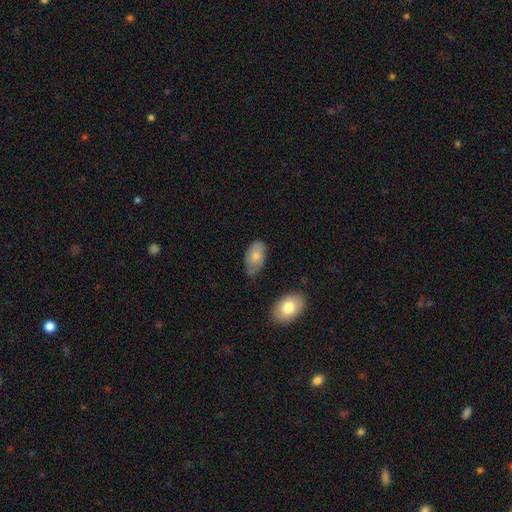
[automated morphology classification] smooth-or-featured: smooth: 74% | featured or disk: 19% | star or artifact: 7%
  how-rounded: in between: 93% | round: 5% | cigar-shaped: 2%
  merging: none: 57% | minor disturbance: 33% | major disturbance: 7% | merger: 3%